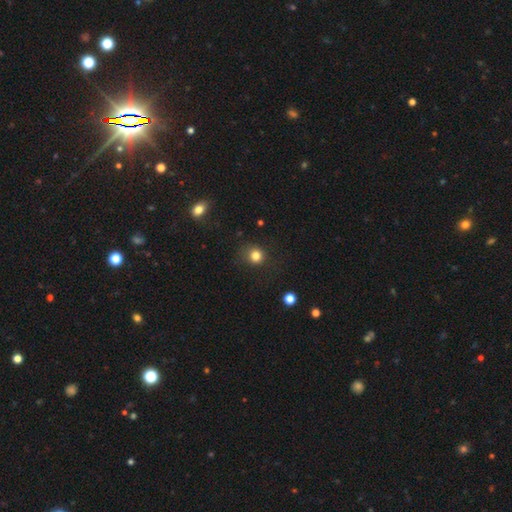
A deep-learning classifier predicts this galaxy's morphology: Smooth or featured: smooth — 82% (star or artifact — 13%)
How rounded: round — 86% (in between — 13%)
Merging: none — 77% (minor disturbance — 15%)